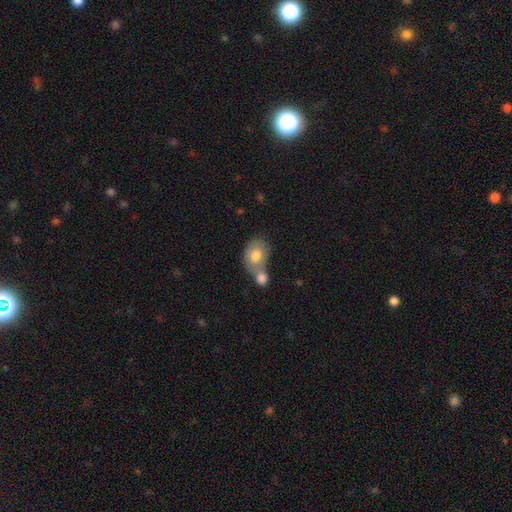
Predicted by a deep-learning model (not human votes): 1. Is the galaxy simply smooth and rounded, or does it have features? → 75% smooth, 18% featured or disk, 6% star or artifact.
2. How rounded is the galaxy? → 62% in between, 36% round, 1% cigar-shaped.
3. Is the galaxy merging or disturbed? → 60% merger, 24% none, 11% minor disturbance, 6% major disturbance.